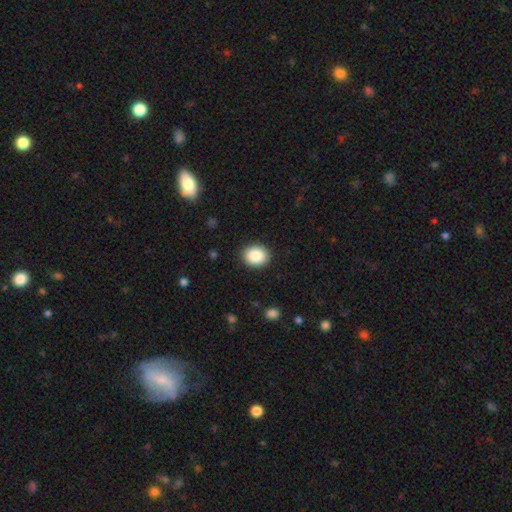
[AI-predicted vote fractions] The model was most divided on "how rounded": round: 63%, in between: 36%, cigar-shaped: 1%. More confident: merging — none (90%); smooth or featured — smooth (88%).